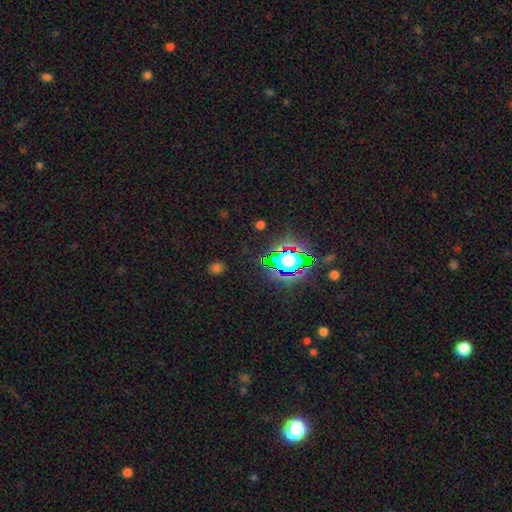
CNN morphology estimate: Smooth or featured?
  - star or artifact: 81% *
  - smooth: 11%
  - featured or disk: 7%